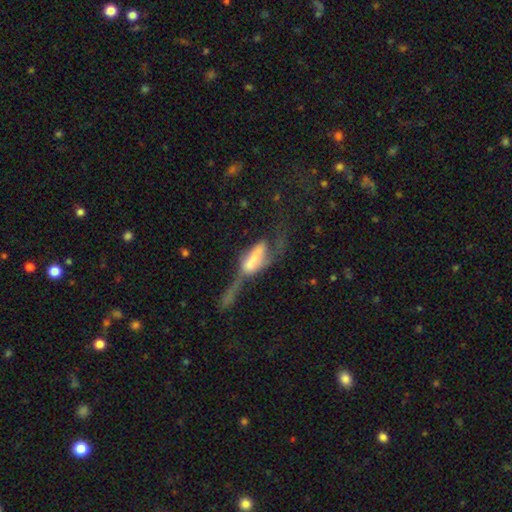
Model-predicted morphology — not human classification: This is possibly a featured or disk galaxy (46%). Merging: marginally major disturbance (43%).